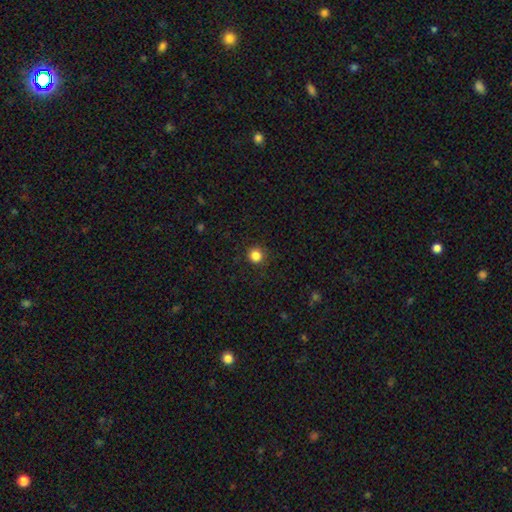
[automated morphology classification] This appears to be a smooth galaxy with no disk features (84%) that is round (94%). Merging: none (91%).